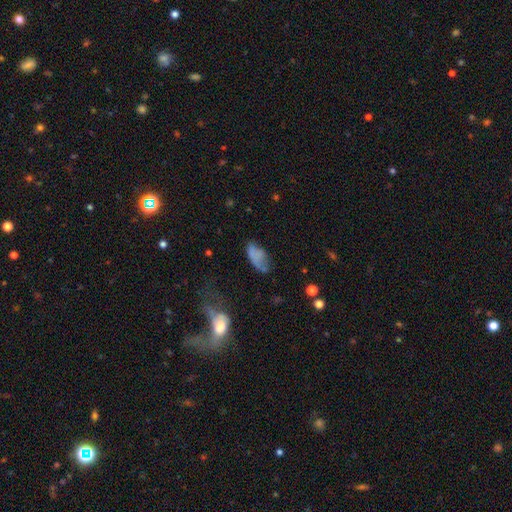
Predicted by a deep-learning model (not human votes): smooth_or_featured: smooth (p=0.64) [alt: featured or disk p=0.23]
how_rounded: in between (p=0.89) [alt: cigar-shaped p=0.07]
merging: none (p=0.38) [alt: minor disturbance p=0.29]